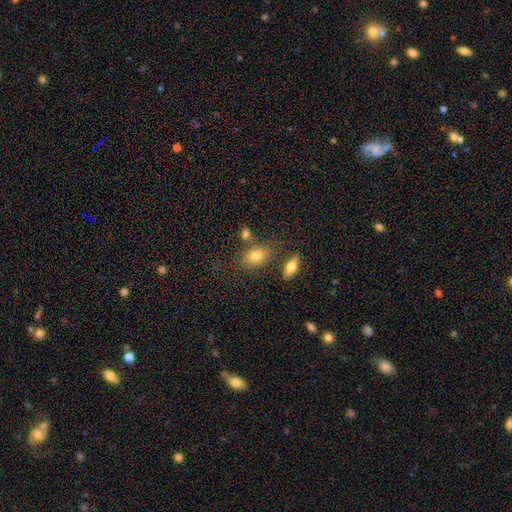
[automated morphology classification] smooth-or-featured: smooth: 78% | featured or disk: 12% | star or artifact: 10%
  how-rounded: in between: 80% | round: 17% | cigar-shaped: 3%
  merging: none: 66% | minor disturbance: 15% | merger: 14% | major disturbance: 5%